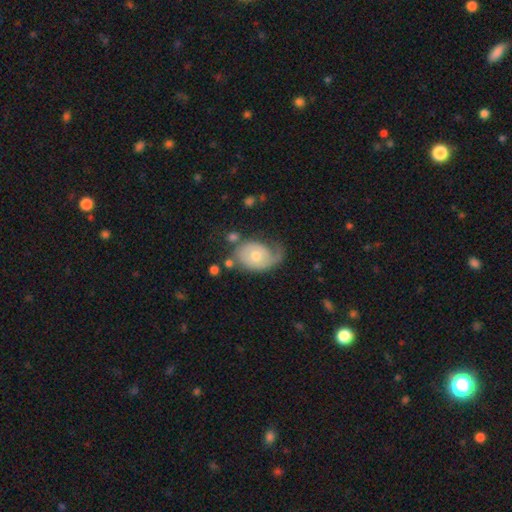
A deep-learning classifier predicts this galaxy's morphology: type=featured or disk (56%); edge-on=no (95%); bar=no (80%); spiral arms=yes (74%); bulge=moderate (63%); merging=none (37%).